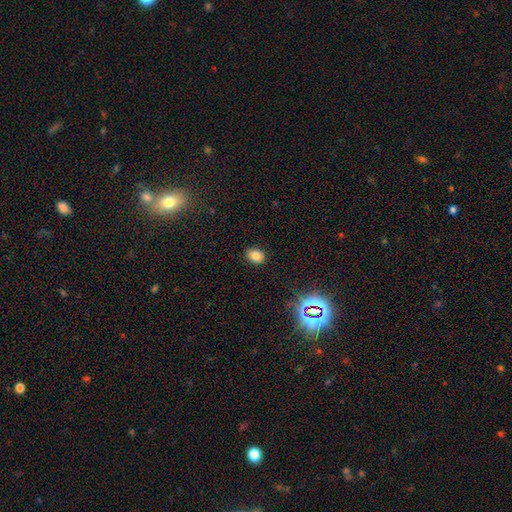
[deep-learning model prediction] Q: Smooth or featured?
A: smooth (79%); runner-up: star or artifact (14%)
Q: How rounded?
A: in between (64%); runner-up: round (35%)
Q: Merging?
A: none (88%); runner-up: minor disturbance (9%)